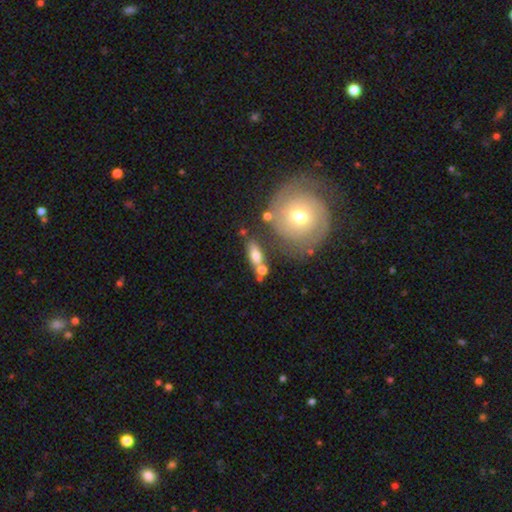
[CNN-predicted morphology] smooth_or_featured: smooth (p=0.66) [alt: featured or disk p=0.25]
how_rounded: in between (p=0.68) [alt: cigar-shaped p=0.23]
merging: none (p=0.59) [alt: merger p=0.20]